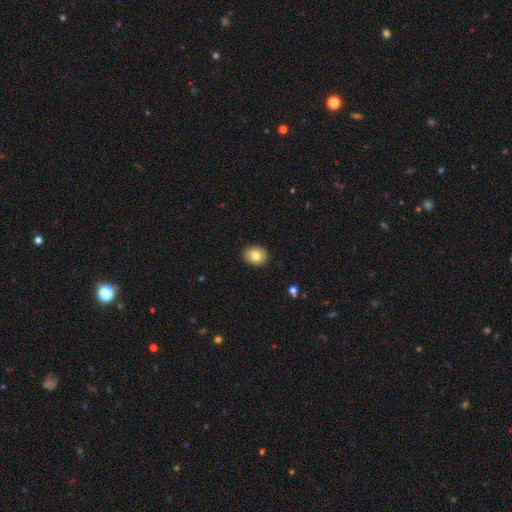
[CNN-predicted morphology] This is clearly a smooth galaxy (81%). How rounded: likely round (64%). Merging: clearly none (91%).